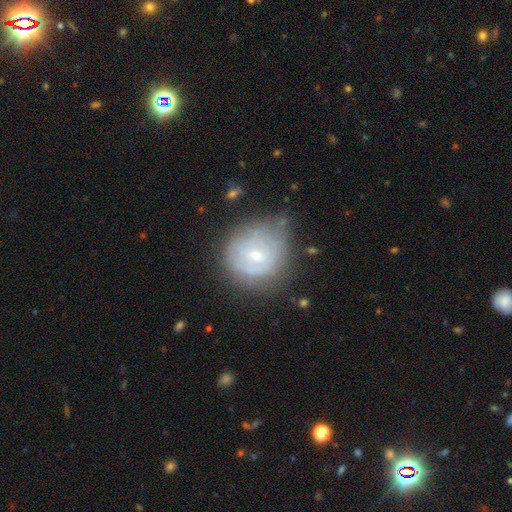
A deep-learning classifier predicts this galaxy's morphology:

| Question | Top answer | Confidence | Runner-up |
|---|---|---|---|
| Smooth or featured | featured or disk | 52% | smooth (39%) |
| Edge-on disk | no | 96% | yes (4%) |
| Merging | none | 59% | minor disturbance (27%) |